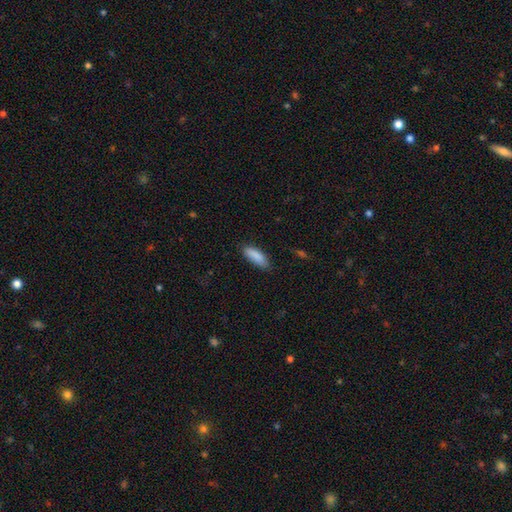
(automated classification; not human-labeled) Smooth or featured? smooth (89%)
How rounded? in between (64%)
Merging? none (81%)